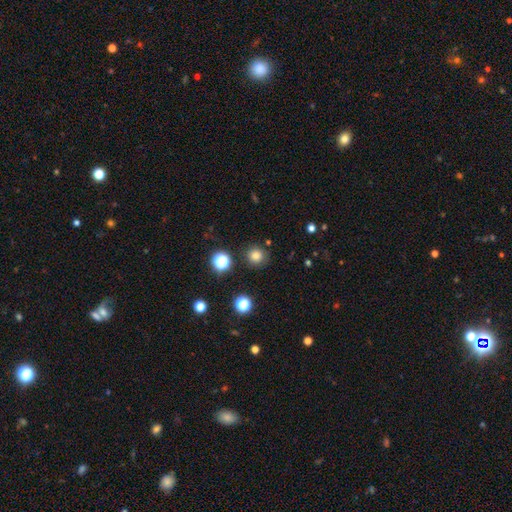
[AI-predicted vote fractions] The model was most divided on "smooth or featured": smooth: 80%, star or artifact: 15%, featured or disk: 5%. More confident: how rounded — round (93%); merging — none (87%).